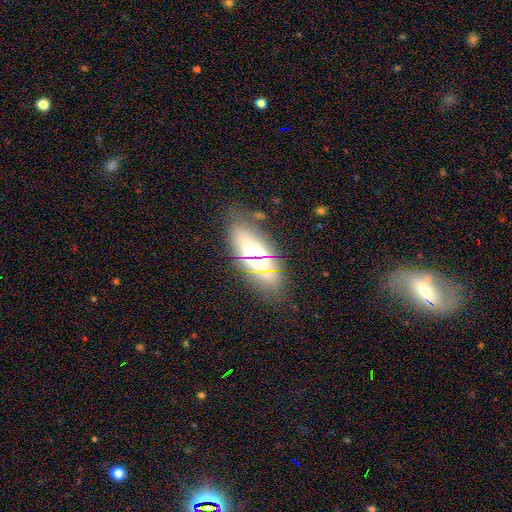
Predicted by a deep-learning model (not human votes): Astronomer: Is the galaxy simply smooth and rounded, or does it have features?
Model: smooth — 55%.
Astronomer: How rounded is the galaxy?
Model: in between — 84%.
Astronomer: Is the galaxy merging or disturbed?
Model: none — 76%.